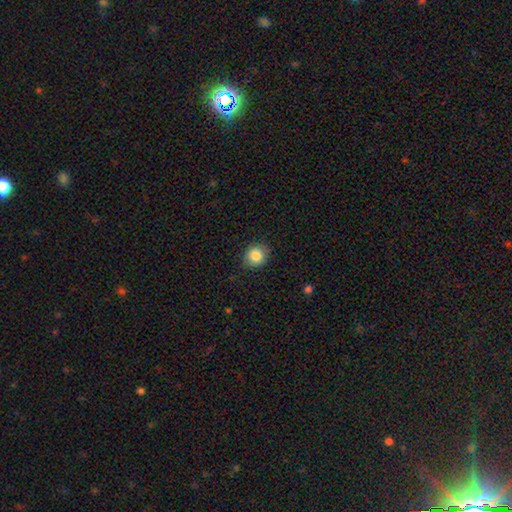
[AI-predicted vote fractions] This appears to be a smooth galaxy with no disk features (85%) that is round (81%). Merging: none (88%).